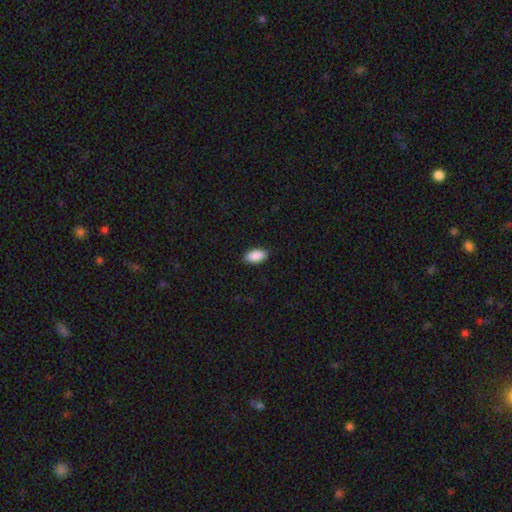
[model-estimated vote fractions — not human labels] Smooth or featured? smooth (90%)
How rounded? in between (94%)
Merging? none (88%)